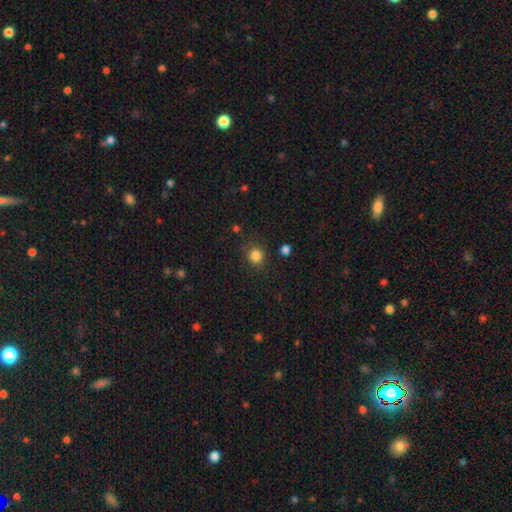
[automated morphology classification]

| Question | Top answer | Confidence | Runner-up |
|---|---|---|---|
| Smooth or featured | smooth | 84% | star or artifact (12%) |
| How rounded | round | 89% | in between (10%) |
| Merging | none | 83% | minor disturbance (10%) |